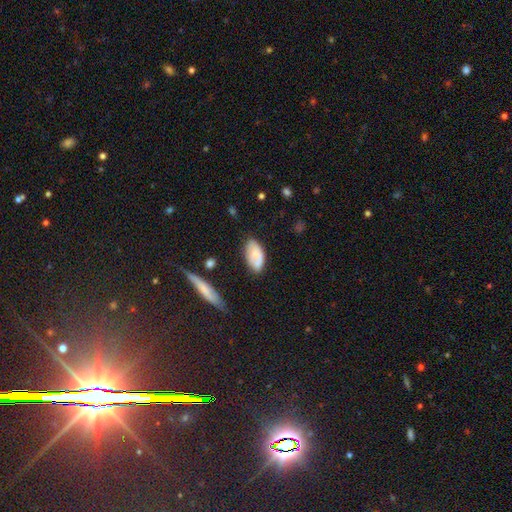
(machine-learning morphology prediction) Smooth or featured? Predicted: smooth (p=0.62). How rounded? Predicted: in between (p=0.93). Merging? Predicted: none (p=0.67).